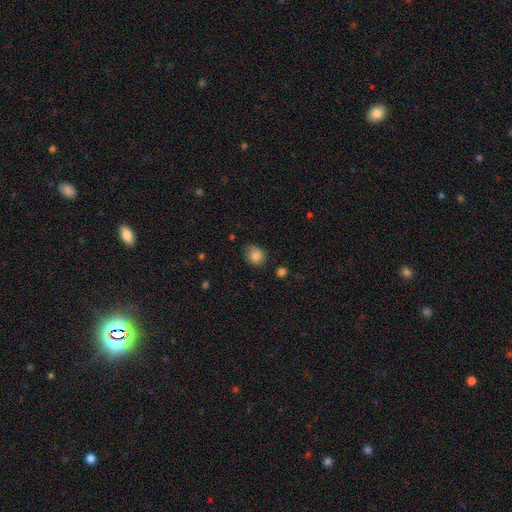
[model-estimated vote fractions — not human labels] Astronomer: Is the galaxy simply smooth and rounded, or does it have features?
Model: smooth — 83%.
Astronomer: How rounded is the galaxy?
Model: round — 72%.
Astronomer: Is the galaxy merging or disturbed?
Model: none — 76%.